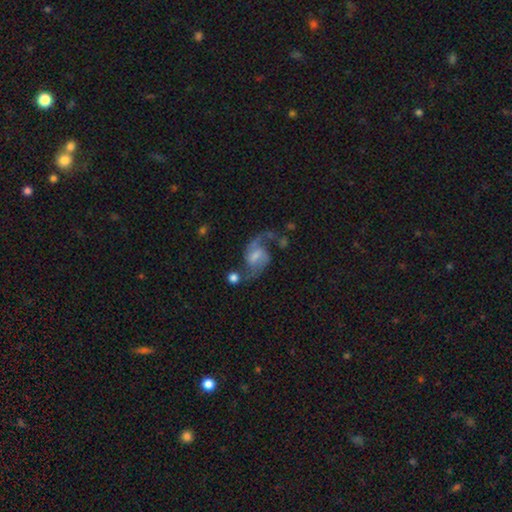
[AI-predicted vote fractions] smooth_or_featured: featured or disk (p=0.81) [alt: smooth p=0.12]
disk_edge_on: no (p=0.98) [alt: yes p=0.02]
bar: weak (p=0.53) [alt: no p=0.29]
has_spiral_arms: yes (p=0.95) [alt: no p=0.05]
spiral_winding: loose (p=0.55) [alt: medium p=0.38]
spiral_arm_count: 2 (p=0.92) [alt: 1 p=0.03]
bulge_size: moderate (p=0.34) [alt: small p=0.30]
merging: none (p=0.55) [alt: minor disturbance p=0.19]